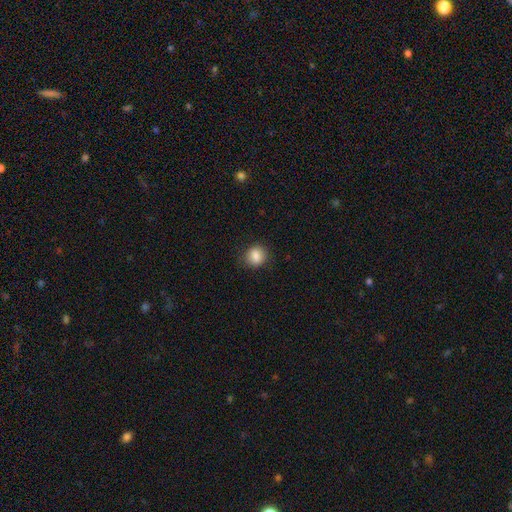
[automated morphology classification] smooth-or-featured: smooth: 86% | star or artifact: 9% | featured or disk: 5%
  how-rounded: round: 75% | in between: 24% | cigar-shaped: 1%
  merging: none: 85% | minor disturbance: 11% | major disturbance: 3% | merger: 1%